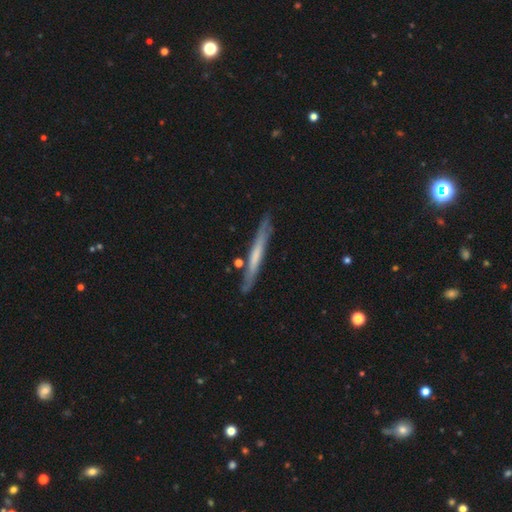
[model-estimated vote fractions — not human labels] A featured or disk galaxy (50%) viewed edge-on (89%).

Vote fractions:
- Smooth or featured? featured or disk: 50% / smooth: 44% / star or artifact: 6%
- Edge-on disk? yes: 89% / no: 11%
- Merging? none: 80% / minor disturbance: 14% / merger: 3% / major disturbance: 3%